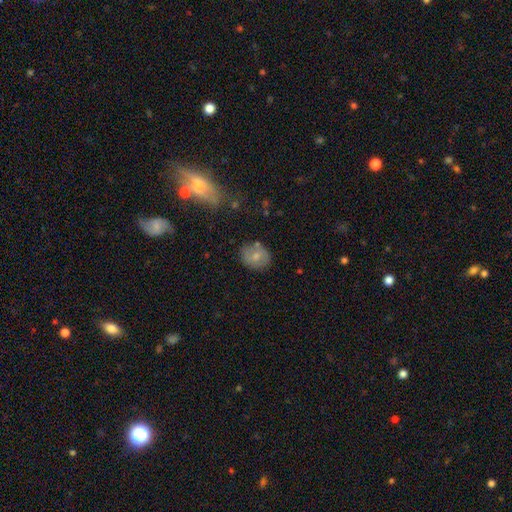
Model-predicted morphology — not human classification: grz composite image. It shows a smooth galaxy with no disk features (69%) that is round (56%). Merging: none (75%).